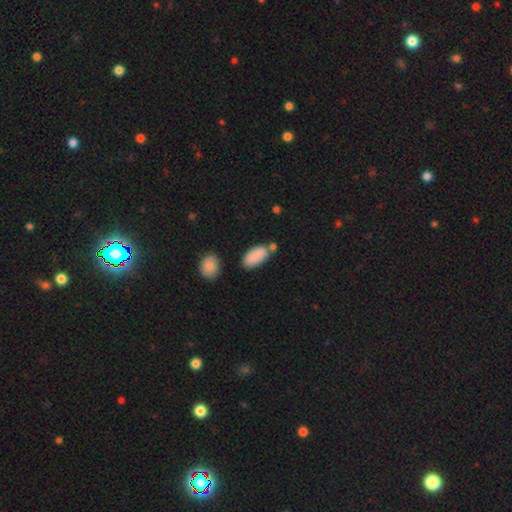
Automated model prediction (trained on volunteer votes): A smooth galaxy with no disk features (86%) that is in between round and cigar-shaped (93%).

Vote fractions:
- Smooth or featured? smooth: 86% / featured or disk: 7% / star or artifact: 7%
- How rounded? in between: 93% / cigar-shaped: 4% / round: 2%
- Merging? none: 65% / minor disturbance: 18% / merger: 14% / major disturbance: 4%